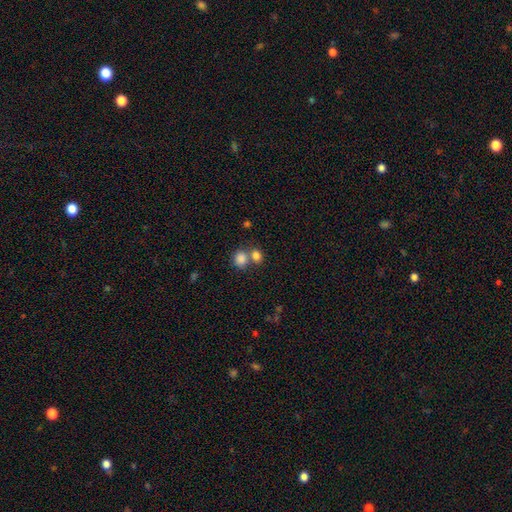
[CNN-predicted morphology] Q: Smooth or featured?
A: smooth (81%); runner-up: star or artifact (11%)
Q: How rounded?
A: round (61%); runner-up: in between (38%)
Q: Merging?
A: none (44%); tied with: merger (44%)